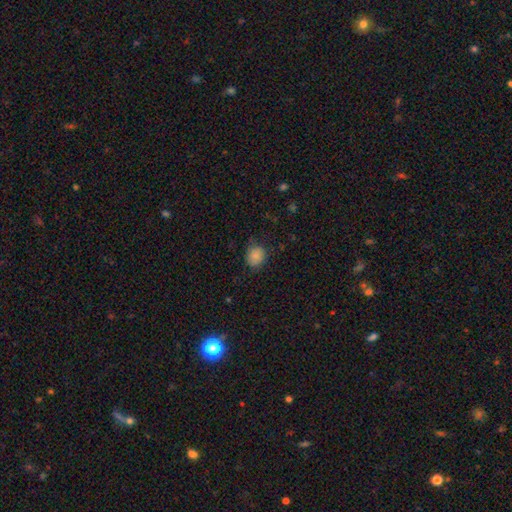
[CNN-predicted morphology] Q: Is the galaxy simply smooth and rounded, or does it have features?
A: smooth — 85%.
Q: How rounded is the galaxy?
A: round — 65%.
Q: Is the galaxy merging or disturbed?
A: none — 72%.